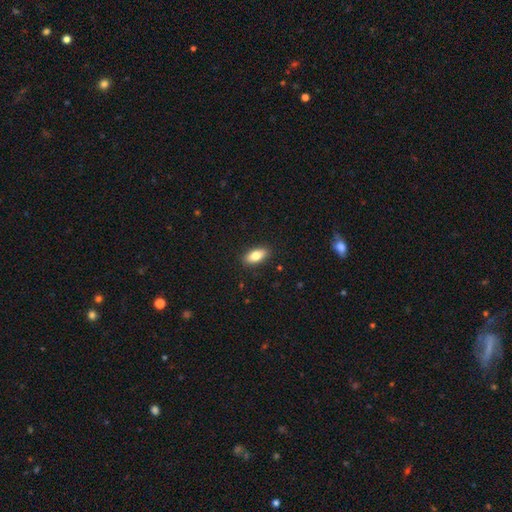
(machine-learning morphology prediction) The model was most divided on "smooth or featured": smooth: 79%, featured or disk: 14%, star or artifact: 7%. More confident: merging — none (89%); how rounded — in between (87%).